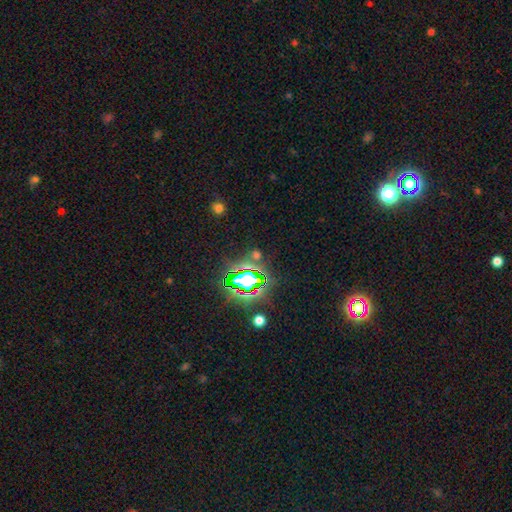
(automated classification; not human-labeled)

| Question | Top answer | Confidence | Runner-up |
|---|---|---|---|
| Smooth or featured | star or artifact | 69% | smooth (22%) |